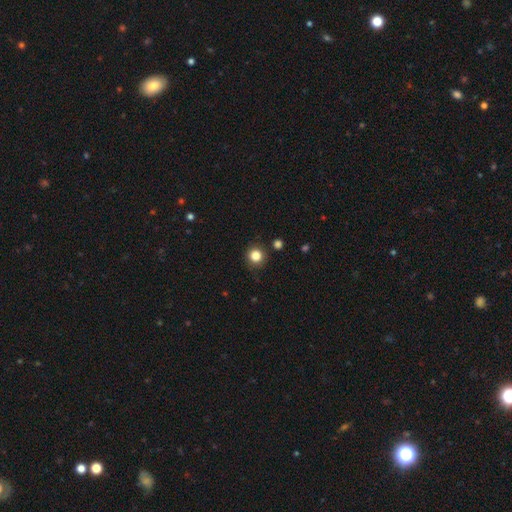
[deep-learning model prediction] smooth_or_featured: smooth (p=0.83) [alt: star or artifact p=0.12]
how_rounded: round (p=0.93) [alt: in between p=0.06]
merging: none (p=0.88) [alt: minor disturbance p=0.07]